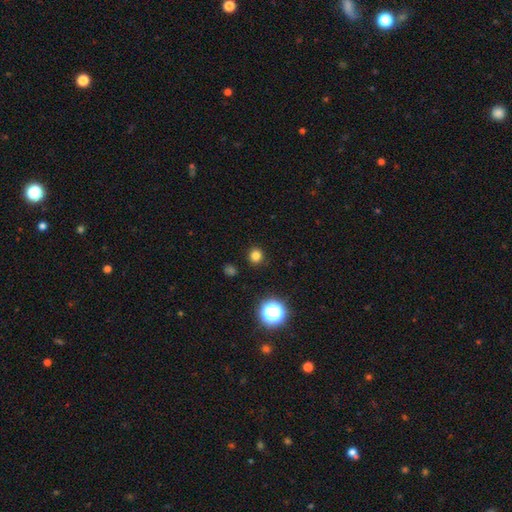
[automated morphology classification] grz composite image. It shows a smooth galaxy with no disk features (79%) that is round (91%). Merging: none (91%).